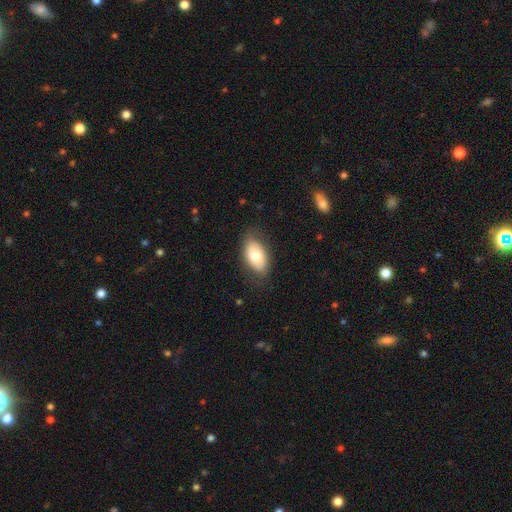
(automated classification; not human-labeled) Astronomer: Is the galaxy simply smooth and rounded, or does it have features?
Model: smooth — 73%.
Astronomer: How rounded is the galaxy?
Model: in between — 93%.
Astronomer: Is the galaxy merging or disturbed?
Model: none — 78%.